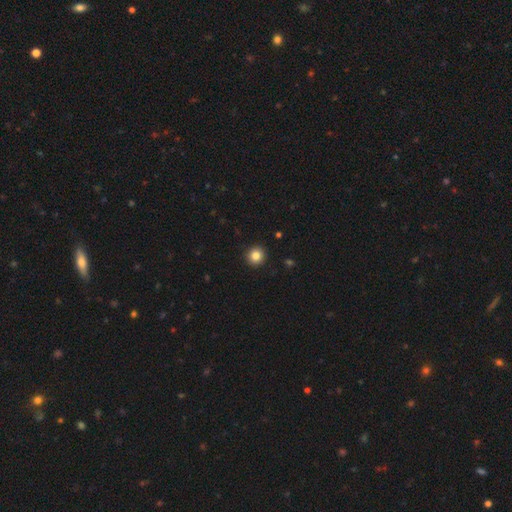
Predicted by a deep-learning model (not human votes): smooth_or_featured: smooth (p=0.85) [alt: star or artifact p=0.10]
how_rounded: round (p=0.94) [alt: in between p=0.05]
merging: none (p=0.93) [alt: minor disturbance p=0.04]